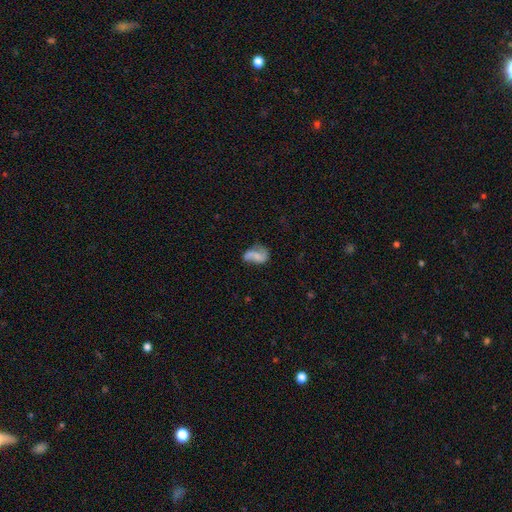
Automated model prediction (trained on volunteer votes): Q: Smooth or featured?
A: featured or disk (53%); runner-up: smooth (38%)
Q: Edge-on disk?
A: no (97%); runner-up: yes (3%)
Q: Bar?
A: no (52%); runner-up: weak (34%)
Q: Spiral arms?
A: yes (80%); runner-up: no (20%)
Q: Bulge size?
A: none (41%); runner-up: small (36%)
Q: Merging?
A: none (43%); runner-up: minor disturbance (26%)